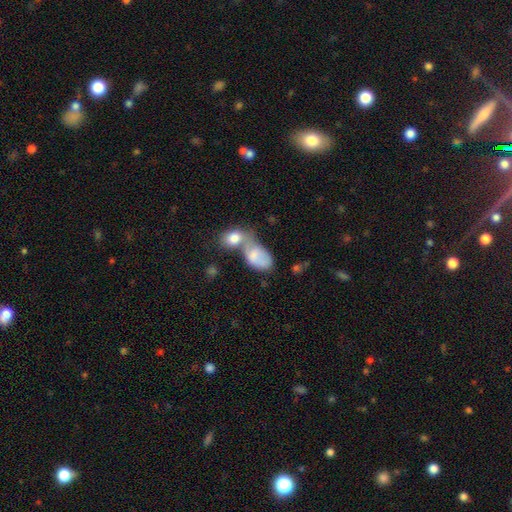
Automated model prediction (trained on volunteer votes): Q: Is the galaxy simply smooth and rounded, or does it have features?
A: smooth — 75%.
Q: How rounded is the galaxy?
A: in between — 88%.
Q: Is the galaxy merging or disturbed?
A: merger — 69%.